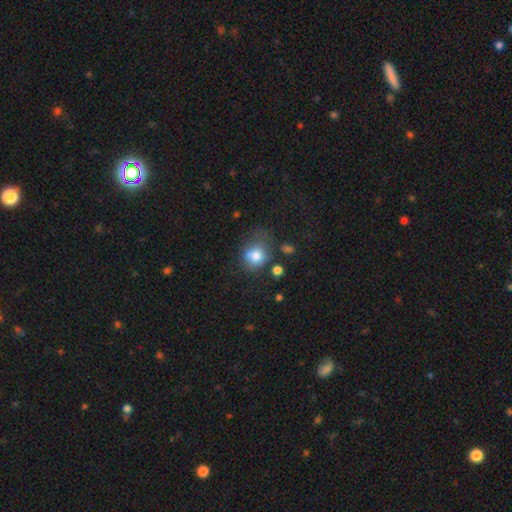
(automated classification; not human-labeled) Q: Smooth or featured?
A: smooth (75%); runner-up: featured or disk (14%)
Q: How rounded?
A: round (62%); runner-up: in between (37%)
Q: Merging?
A: none (40%); runner-up: minor disturbance (27%)